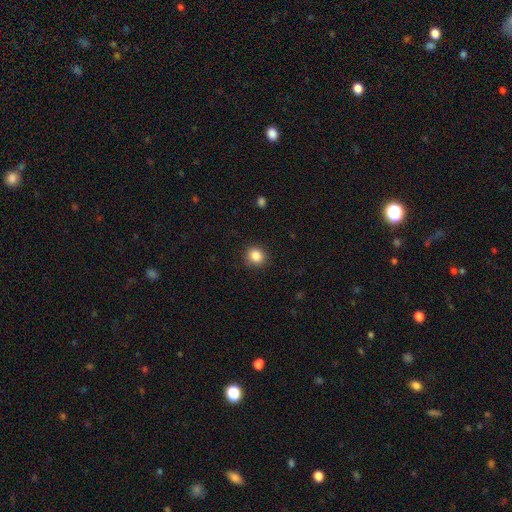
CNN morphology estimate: smooth 85%, star or artifact 10%, featured or disk 4%. Down the decision tree: how rounded — round (84%); merging — none (90%).